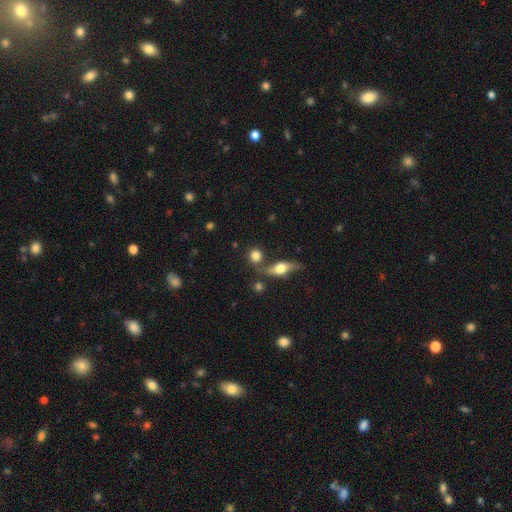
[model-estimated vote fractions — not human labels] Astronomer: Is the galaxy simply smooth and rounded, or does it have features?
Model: smooth — 76%.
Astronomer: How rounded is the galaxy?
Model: round — 75%.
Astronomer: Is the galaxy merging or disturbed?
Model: none — 61%.